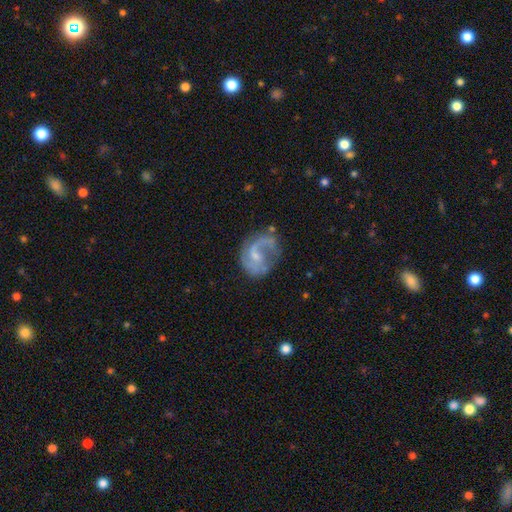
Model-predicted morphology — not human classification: The model was most divided on "spiral winding": loose: 44%, medium: 43%, tight: 13%. Remaining: edge-on disk — no (98%); spiral arms — yes (90%); smooth or featured — featured or disk (78%); spiral arm count — 2 (64%); bulge size — small (52%); merging — none (51%); bar — weak (49%).